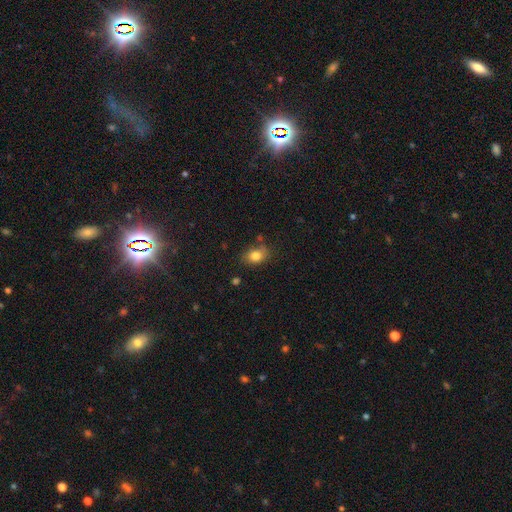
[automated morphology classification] smooth_or_featured: smooth (p=0.82) [alt: star or artifact p=0.10]
how_rounded: in between (p=0.73) [alt: round p=0.25]
merging: none (p=0.74) [alt: minor disturbance p=0.17]